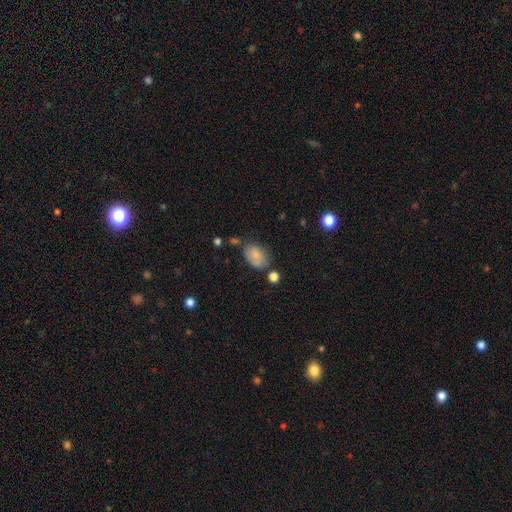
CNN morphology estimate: Smooth or featured? Predicted: smooth (p=0.79). How rounded? Predicted: in between (p=0.87). Merging? Predicted: none (p=0.55).